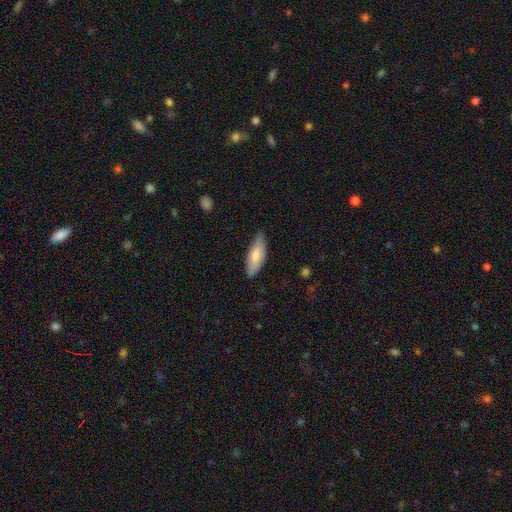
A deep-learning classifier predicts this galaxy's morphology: Overall: smooth (74%). How rounded: in between (72%). Merging: none (73%).